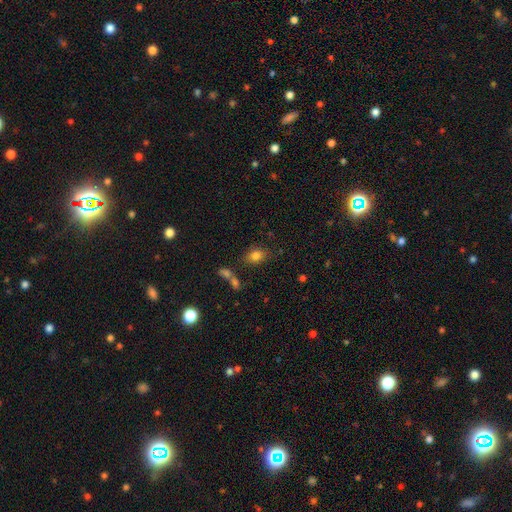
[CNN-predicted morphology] Overall: smooth (80%). How rounded: in between (73%). Merging: none (74%).